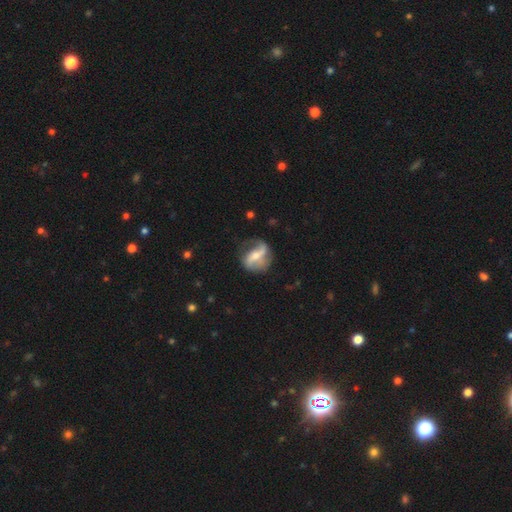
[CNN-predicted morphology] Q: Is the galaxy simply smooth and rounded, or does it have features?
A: featured or disk — 76%.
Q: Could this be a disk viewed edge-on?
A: no — 95%.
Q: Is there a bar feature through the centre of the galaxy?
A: strong — 46%.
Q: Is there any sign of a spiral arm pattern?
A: yes — 87%.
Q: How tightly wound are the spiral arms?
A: loose — 56%.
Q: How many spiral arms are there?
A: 2 — 76%.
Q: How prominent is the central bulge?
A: moderate — 50%.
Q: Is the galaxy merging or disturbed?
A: none — 62%.